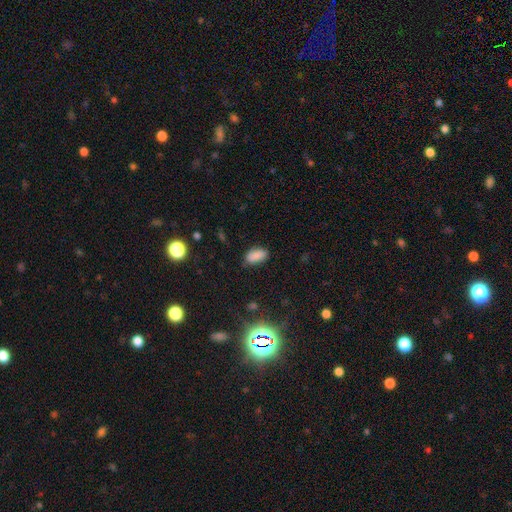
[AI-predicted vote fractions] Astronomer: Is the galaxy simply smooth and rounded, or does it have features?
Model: smooth — 85%.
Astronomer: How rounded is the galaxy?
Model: in between — 93%.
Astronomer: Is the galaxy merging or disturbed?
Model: none — 80%.